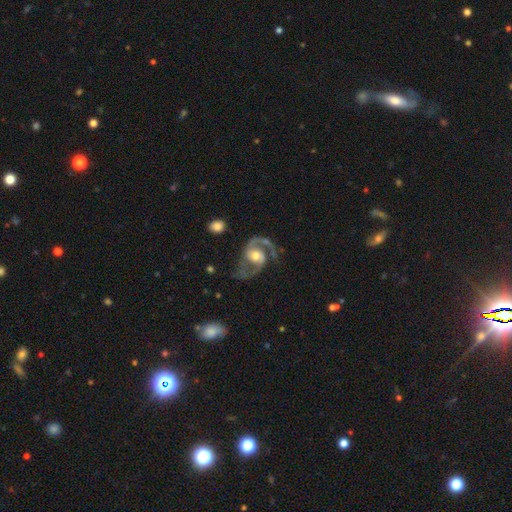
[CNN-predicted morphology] Smooth or featured? Predicted: featured or disk (p=0.92). Edge-on disk? Predicted: no (p=0.98). Bar? Predicted: no (p=0.53). Spiral arms? Predicted: yes (p=0.97). Spiral winding? Predicted: medium (p=0.60). Spiral arm count? Predicted: 2 (p=0.91). Bulge size? Predicted: moderate (p=0.71). Merging? Predicted: none (p=0.68).